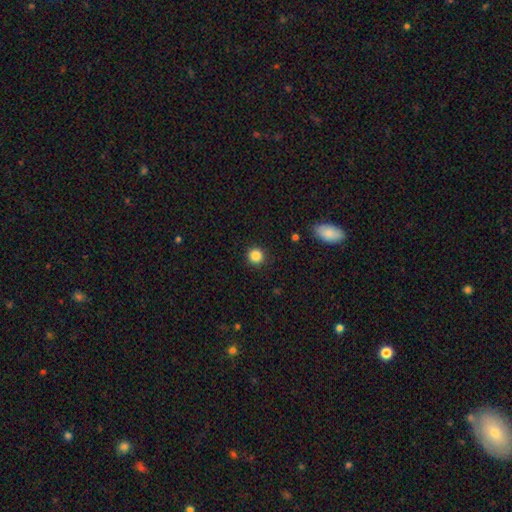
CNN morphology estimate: This appears to be a smooth galaxy with no disk features (86%) that is round (94%). Merging: none (91%).